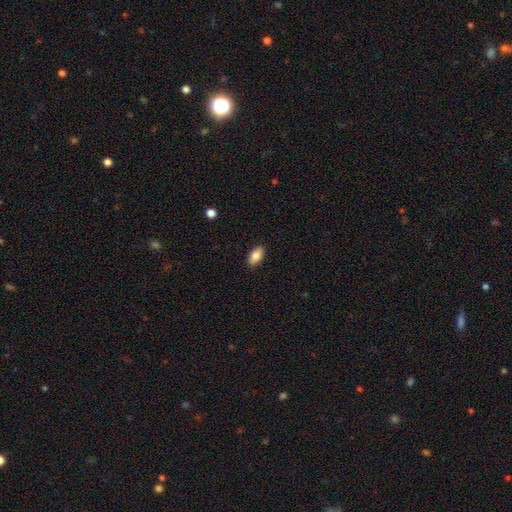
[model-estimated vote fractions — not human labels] Smooth or featured? smooth (85%)
How rounded? in between (92%)
Merging? none (89%)